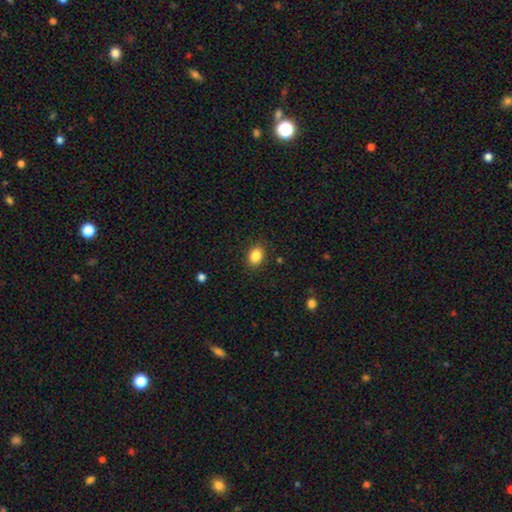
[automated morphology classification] A smooth galaxy with no disk features (86%) that is in between round and cigar-shaped (71%).

Vote fractions:
- Smooth or featured? smooth: 86% / star or artifact: 9% / featured or disk: 5%
- How rounded? in between: 71% / round: 27% / cigar-shaped: 1%
- Merging? none: 86% / minor disturbance: 10% / major disturbance: 3% / merger: 1%